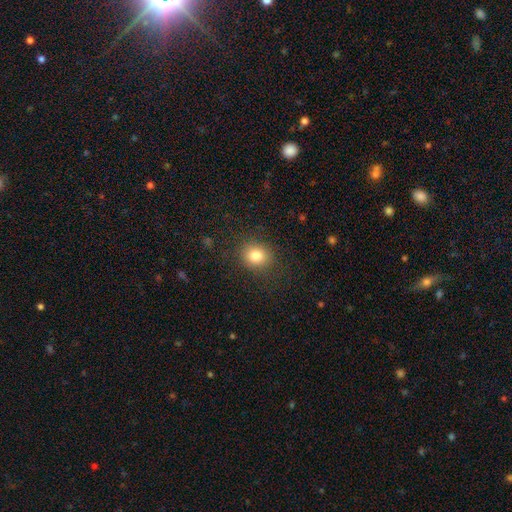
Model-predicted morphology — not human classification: Q: Smooth or featured?
A: smooth (81%); runner-up: star or artifact (11%)
Q: How rounded?
A: round (72%); runner-up: in between (27%)
Q: Merging?
A: none (86%); runner-up: minor disturbance (9%)